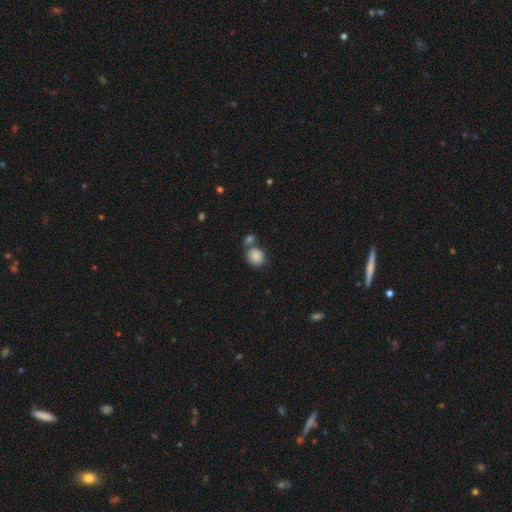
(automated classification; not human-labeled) smooth 86%, star or artifact 8%, featured or disk 6%. Down the decision tree: how rounded — round (68%); merging — none (56%).